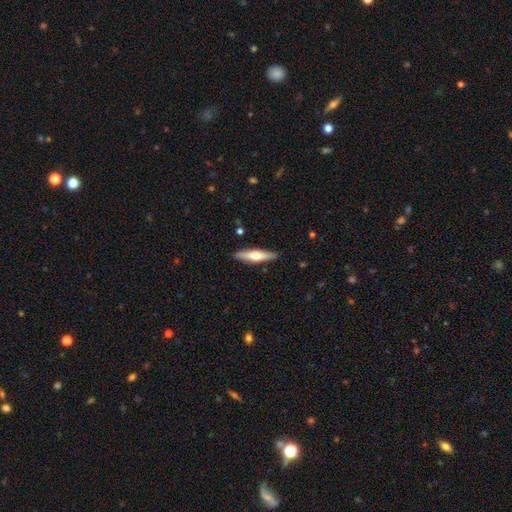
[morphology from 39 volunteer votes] Smooth or featured? smooth (49%)
How rounded? cigar-shaped (79%)
Merging? none (97%)